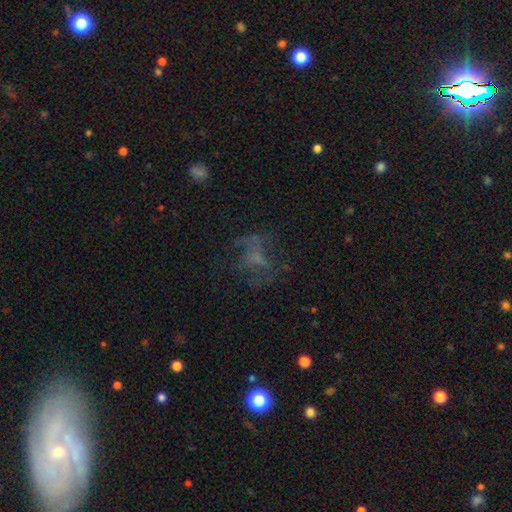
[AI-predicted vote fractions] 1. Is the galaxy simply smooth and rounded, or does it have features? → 47% featured or disk, 28% smooth, 25% star or artifact.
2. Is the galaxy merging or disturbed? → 50% none, 31% major disturbance, 16% minor disturbance, 3% merger.